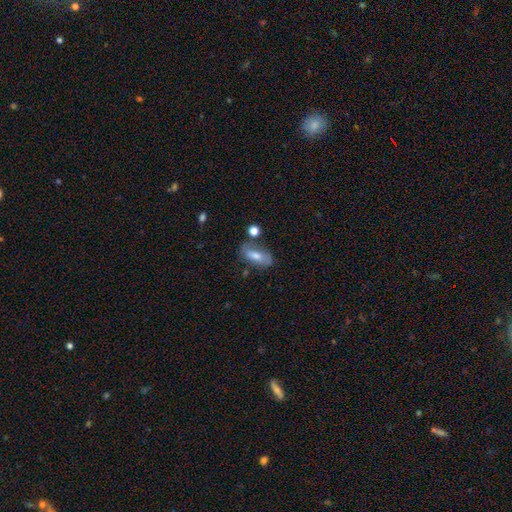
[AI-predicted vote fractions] A smooth galaxy with no disk features (59%) that is in between round and cigar-shaped (79%).

Vote fractions:
- Smooth or featured? smooth: 59% / featured or disk: 32% / star or artifact: 9%
- How rounded? in between: 79% / cigar-shaped: 16% / round: 5%
- Merging? none: 64% / minor disturbance: 20% / merger: 9% / major disturbance: 7%